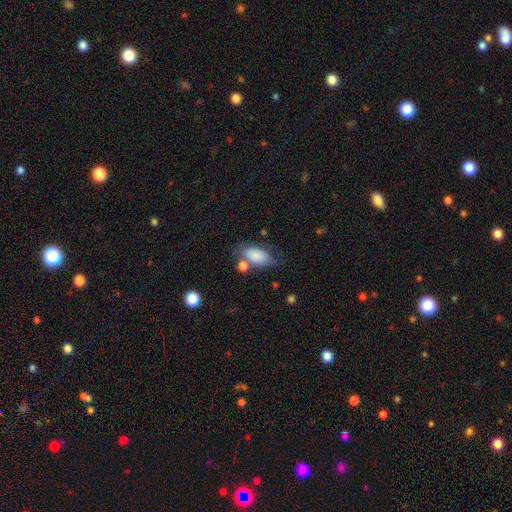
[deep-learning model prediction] A smooth galaxy with no disk features (80%) that is in between round and cigar-shaped (90%). Merging: none (50%).